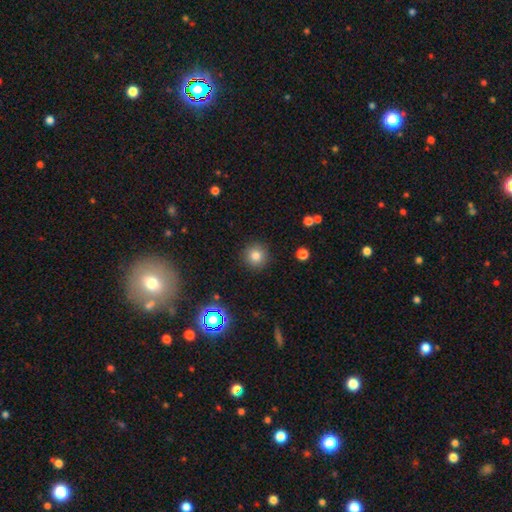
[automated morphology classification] A smooth galaxy with no disk features (81%) that is round (94%). Merging: none (90%).